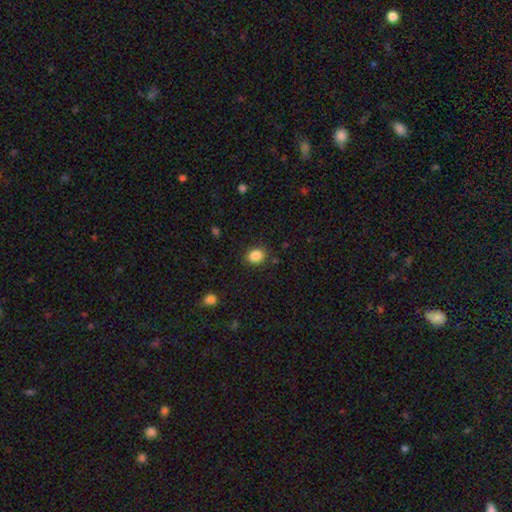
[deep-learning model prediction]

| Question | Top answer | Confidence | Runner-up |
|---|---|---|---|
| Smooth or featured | smooth | 86% | star or artifact (9%) |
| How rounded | in between | 51% | round (48%) |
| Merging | none | 86% | minor disturbance (10%) |